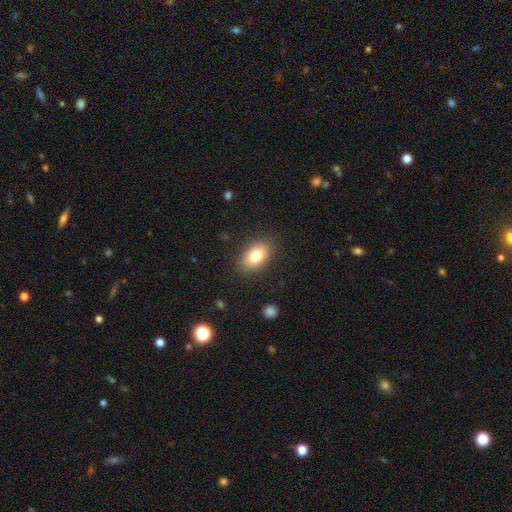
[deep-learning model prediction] This appears to be a smooth galaxy with no disk features (81%) that is in between round and cigar-shaped (90%). Merging: none (85%).